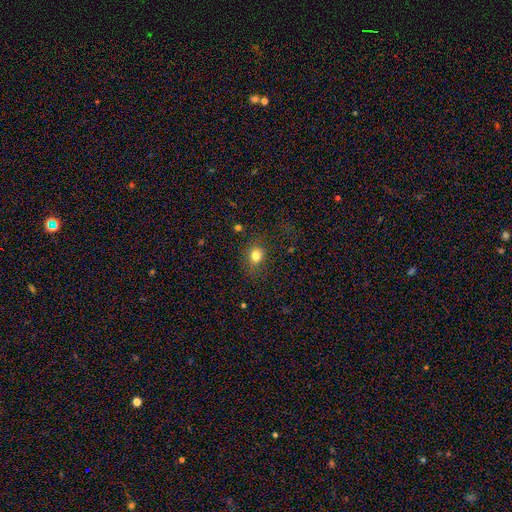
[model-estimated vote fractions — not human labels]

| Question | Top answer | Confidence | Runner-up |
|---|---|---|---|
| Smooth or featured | smooth | 79% | star or artifact (13%) |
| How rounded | round | 61% | in between (38%) |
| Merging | none | 75% | minor disturbance (16%) |